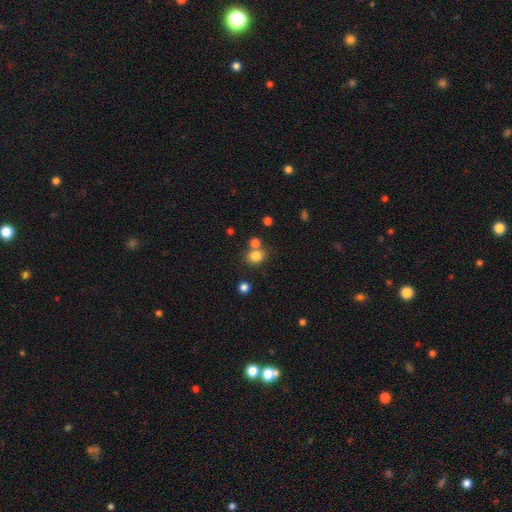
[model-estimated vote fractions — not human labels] smooth-or-featured: smooth: 80% | star or artifact: 13% | featured or disk: 7%
  how-rounded: round: 68% | in between: 31% | cigar-shaped: 1%
  merging: none: 62% | merger: 24% | minor disturbance: 10% | major disturbance: 4%